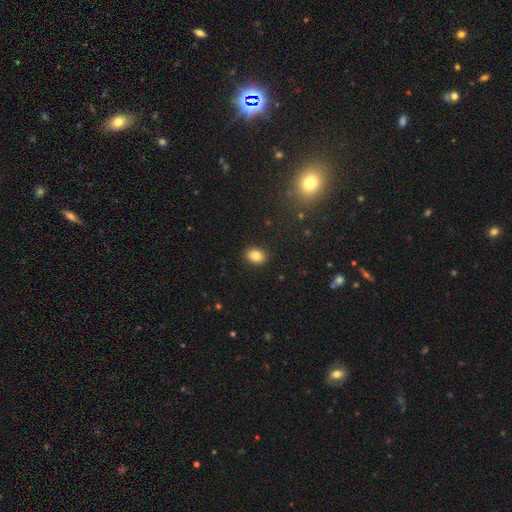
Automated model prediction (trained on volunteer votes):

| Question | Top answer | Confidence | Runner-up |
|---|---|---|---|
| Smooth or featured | smooth | 83% | star or artifact (10%) |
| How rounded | in between | 63% | round (36%) |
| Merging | none | 89% | minor disturbance (8%) |